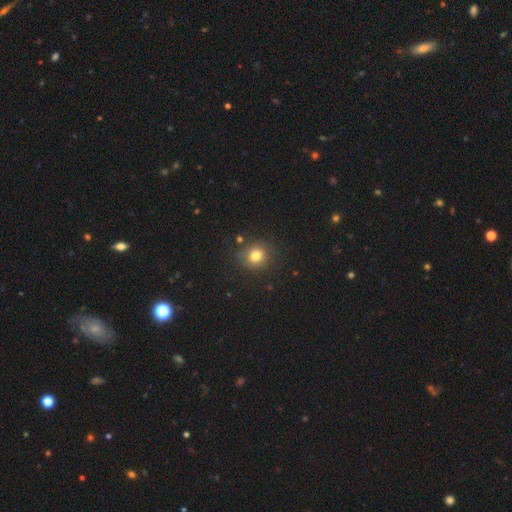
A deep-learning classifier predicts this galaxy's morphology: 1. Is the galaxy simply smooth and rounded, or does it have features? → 78% smooth, 14% star or artifact, 8% featured or disk.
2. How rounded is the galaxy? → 82% round, 17% in between, 1% cigar-shaped.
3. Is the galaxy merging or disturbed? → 84% none, 10% minor disturbance, 3% major disturbance, 3% merger.